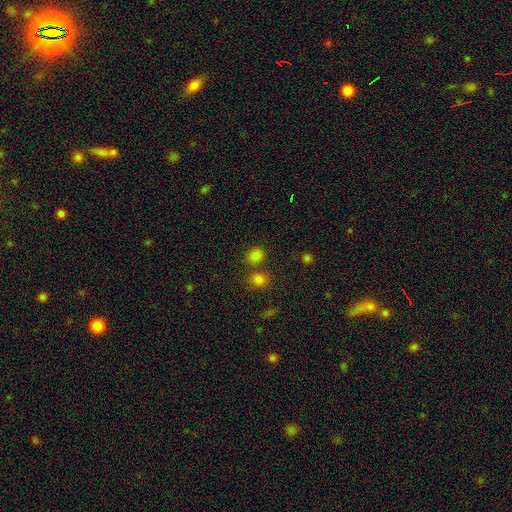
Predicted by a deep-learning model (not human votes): Overall: smooth (78%). How rounded: round (64%; in between 35%). Merging: none (67%).